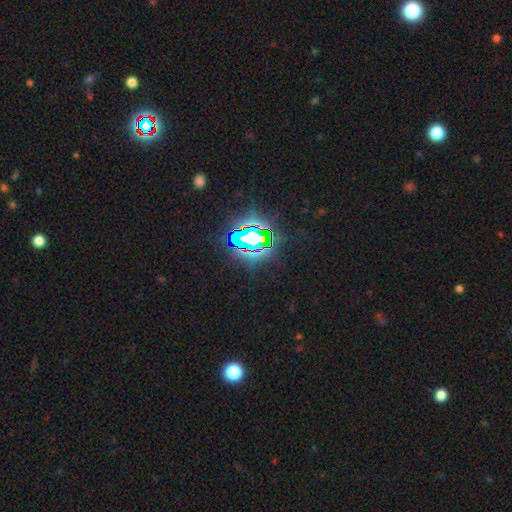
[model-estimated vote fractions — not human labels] smooth-or-featured: star or artifact: 83% | smooth: 10% | featured or disk: 7%